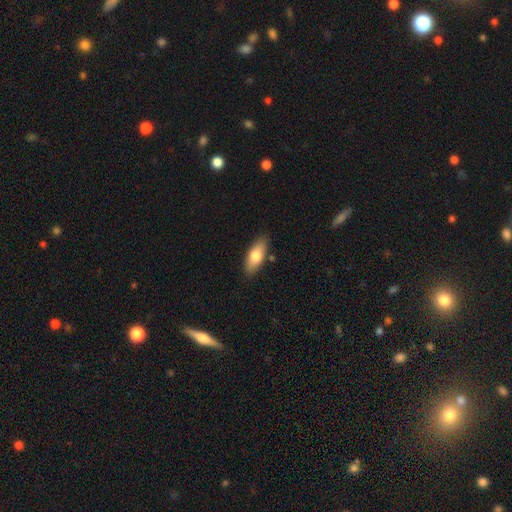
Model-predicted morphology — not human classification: type=smooth (76%); roundness=in between (80%); merging=none (84%).